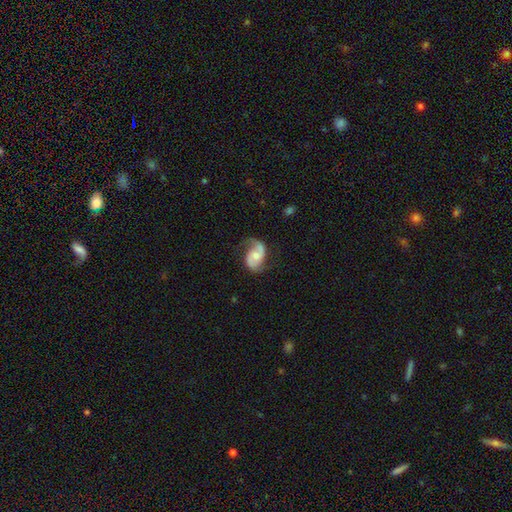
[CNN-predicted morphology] The model was most divided on "spiral winding" (2-way tie): loose: 43%, medium: 43%, tight: 14%. More confident: edge-on disk — no (97%); spiral arms — yes (95%); spiral arm count — 2 (83%); smooth or featured — featured or disk (80%); merging — none (62%); bar — no (55%); bulge size — moderate (52%).